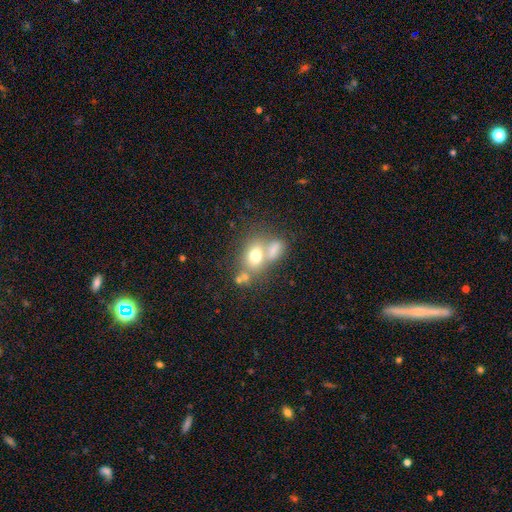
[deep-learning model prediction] The model was most divided on "merging": merger: 45%, none: 38%, minor disturbance: 11%, major disturbance: 6%. More confident: smooth or featured — smooth (69%); how rounded — in between (59%).